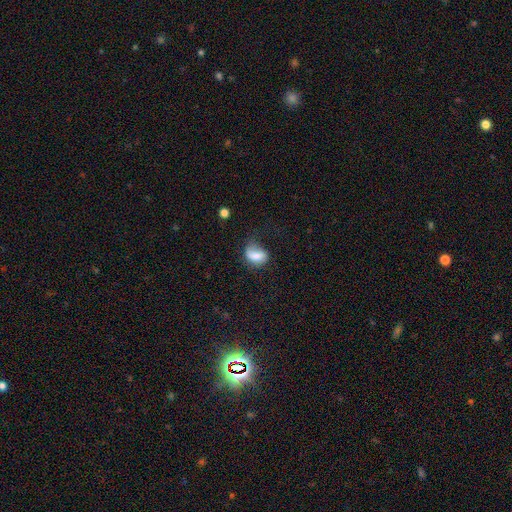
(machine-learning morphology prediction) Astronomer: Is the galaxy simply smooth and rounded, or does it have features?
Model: smooth — 69%.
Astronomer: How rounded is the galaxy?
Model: in between — 77%.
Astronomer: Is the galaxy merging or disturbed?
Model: none — 37% (runner-up: minor disturbance, 32%).